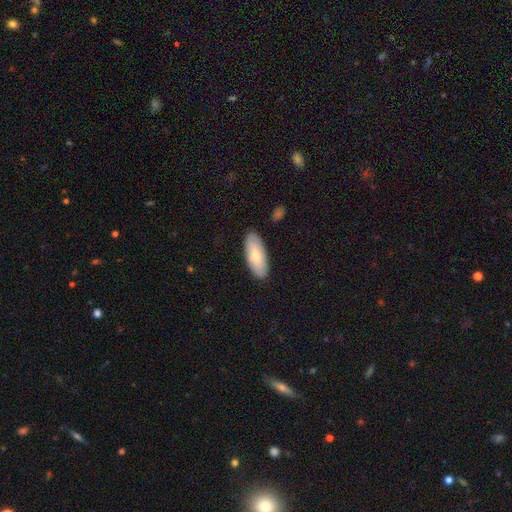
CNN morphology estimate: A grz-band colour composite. It shows a smooth galaxy with no disk features (73%) that is in between round and cigar-shaped (81%). Merging: none (86%).